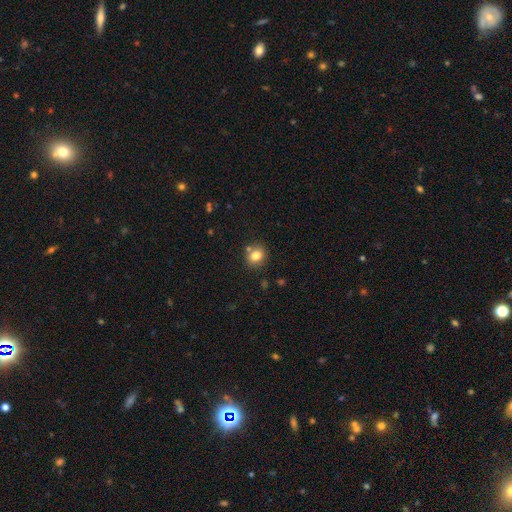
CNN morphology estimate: Smooth or featured: smooth — 81% (star or artifact — 11%)
How rounded: round — 69% (in between — 30%)
Merging: none — 75% (minor disturbance — 11%)